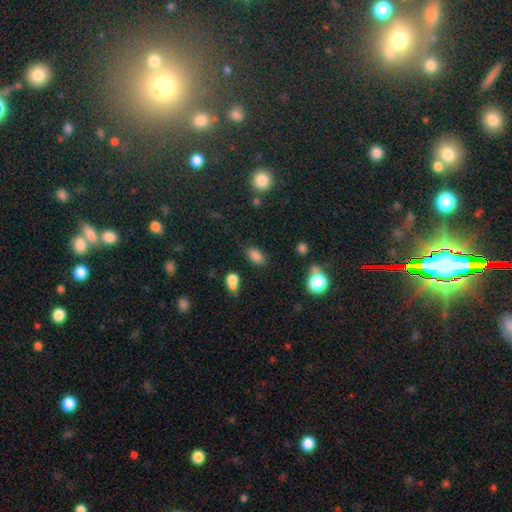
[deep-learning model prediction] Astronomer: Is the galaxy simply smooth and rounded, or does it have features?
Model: smooth — 81%.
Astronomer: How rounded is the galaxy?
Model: in between — 88%.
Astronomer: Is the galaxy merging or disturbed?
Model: none — 75%.